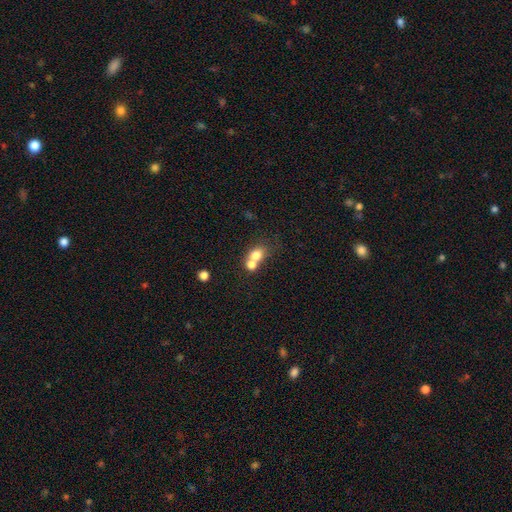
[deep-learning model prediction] Smooth or featured: smooth — 74% (featured or disk — 15%)
How rounded: round — 61% (in between — 38%)
Merging: merger — 61% (none — 29%)